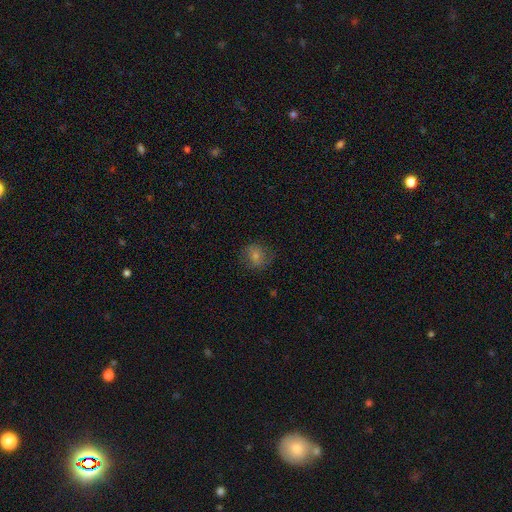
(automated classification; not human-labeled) Smooth or featured: smooth — 57% (featured or disk — 26%)
How rounded: round — 81% (in between — 18%)
Merging: none — 79% (minor disturbance — 14%)